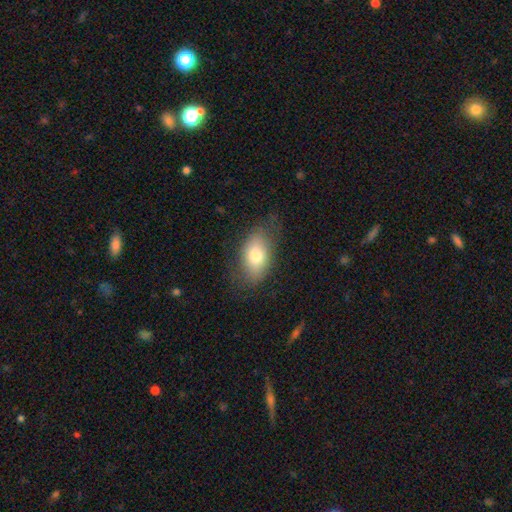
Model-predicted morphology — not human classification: smooth-or-featured: smooth: 74% | featured or disk: 18% | star or artifact: 8%
  how-rounded: in between: 88% | round: 10% | cigar-shaped: 2%
  merging: none: 68% | minor disturbance: 21% | major disturbance: 9% | merger: 1%